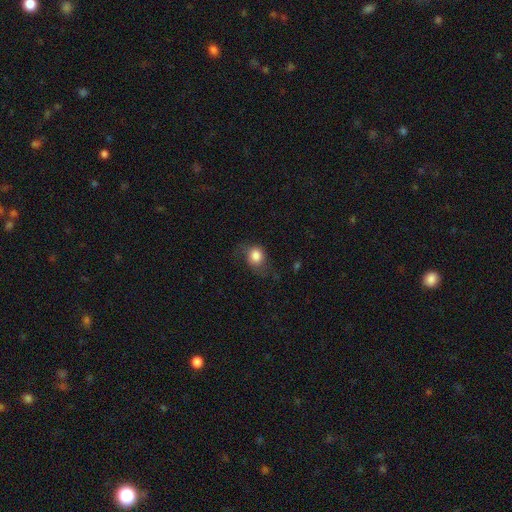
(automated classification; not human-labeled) The model was most divided on "how rounded": round: 59%, in between: 39%, cigar-shaped: 1%. Remaining: smooth or featured — smooth (79%); merging — none (49%).